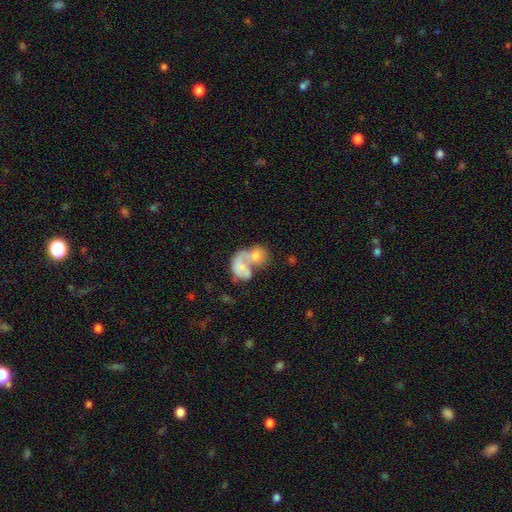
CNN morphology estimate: Q: Smooth or featured?
A: smooth (58%); runner-up: featured or disk (33%)
Q: How rounded?
A: in between (61%); runner-up: round (38%)
Q: Merging?
A: merger (70%); runner-up: none (12%)